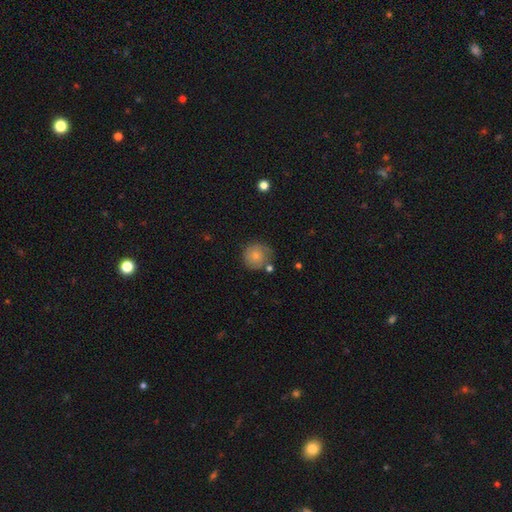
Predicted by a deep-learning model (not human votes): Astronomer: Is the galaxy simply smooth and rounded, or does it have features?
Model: smooth — 68%.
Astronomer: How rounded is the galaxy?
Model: round — 92%.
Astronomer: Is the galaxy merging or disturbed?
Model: none — 68%.